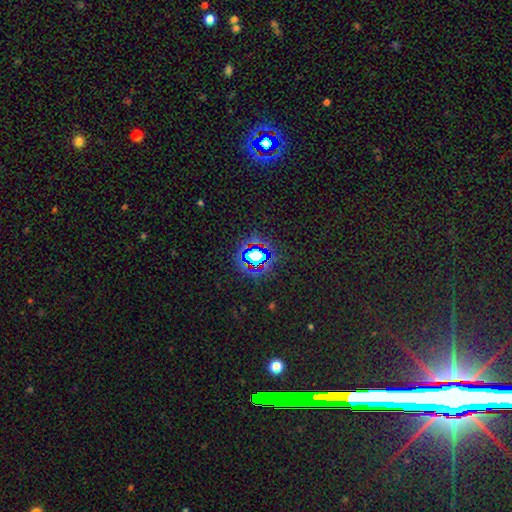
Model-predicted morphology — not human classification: This appears to be a star or artifact, not a galaxy (70%).